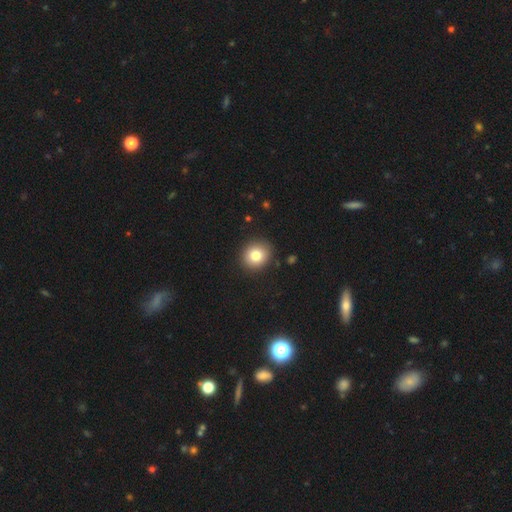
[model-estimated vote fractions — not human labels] smooth-or-featured: smooth: 82% | star or artifact: 10% | featured or disk: 8%
  how-rounded: round: 76% | in between: 23% | cigar-shaped: 1%
  merging: none: 89% | minor disturbance: 7% | major disturbance: 2% | merger: 1%